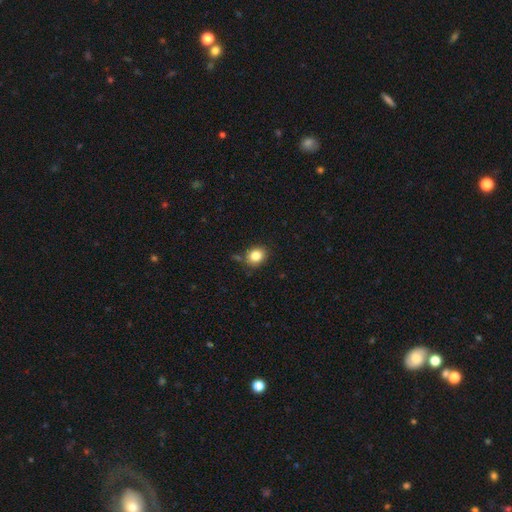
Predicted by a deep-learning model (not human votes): Smooth or featured? smooth (84%)
How rounded? round (58%)
Merging? none (81%)